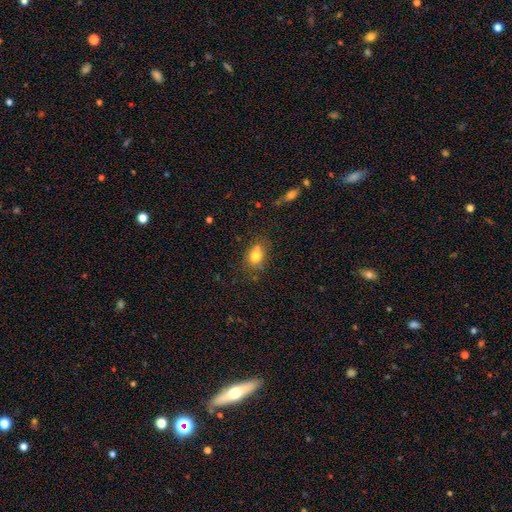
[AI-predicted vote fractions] smooth_or_featured: smooth (p=0.78) [alt: star or artifact p=0.12]
how_rounded: in between (p=0.53) [alt: round p=0.45]
merging: none (p=0.61) [alt: minor disturbance p=0.18]